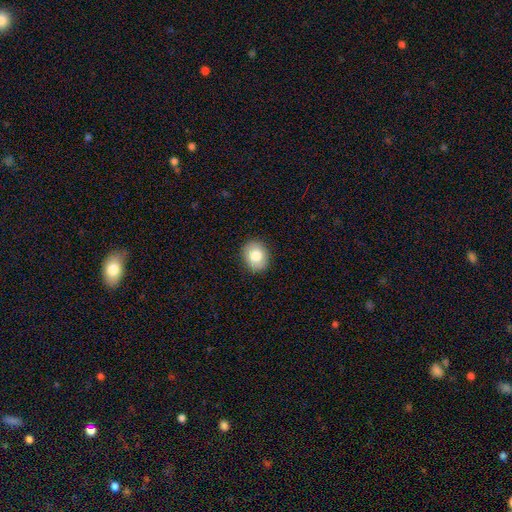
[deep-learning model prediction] smooth_or_featured: smooth (p=0.81) [alt: featured or disk p=0.11]
how_rounded: round (p=0.59) [alt: in between p=0.40]
merging: none (p=0.89) [alt: minor disturbance p=0.08]